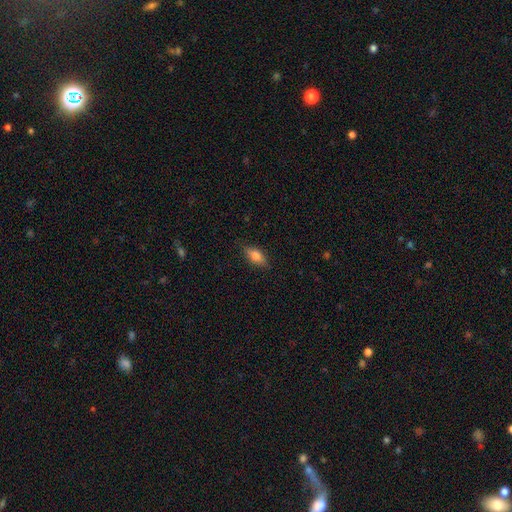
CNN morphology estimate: A smooth galaxy with no disk features (73%) that is in between round and cigar-shaped (77%).

Vote fractions:
- Smooth or featured? smooth: 73% / featured or disk: 20% / star or artifact: 8%
- How rounded? in between: 77% / cigar-shaped: 18% / round: 4%
- Merging? none: 83% / minor disturbance: 13% / major disturbance: 3% / merger: 1%